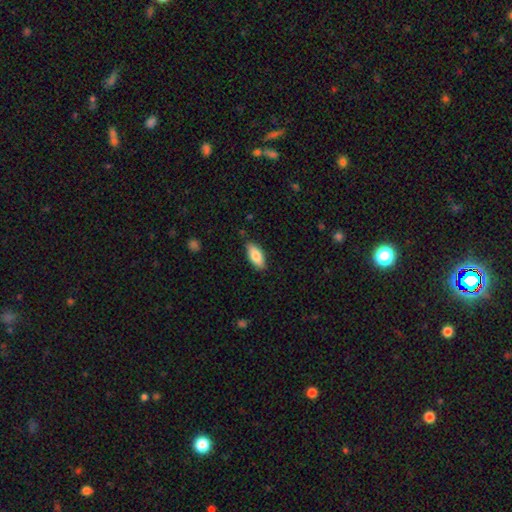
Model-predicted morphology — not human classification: smooth-or-featured: smooth: 82% | featured or disk: 12% | star or artifact: 6%
  how-rounded: in between: 83% | cigar-shaped: 15% | round: 2%
  merging: none: 84% | minor disturbance: 12% | major disturbance: 2% | merger: 1%